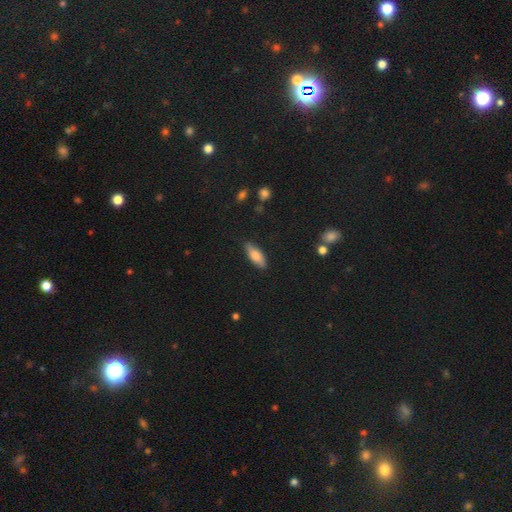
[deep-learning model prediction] The model was most divided on "how rounded": in between: 73%, cigar-shaped: 25%, round: 2%. More confident: merging — none (84%); smooth or featured — smooth (78%).